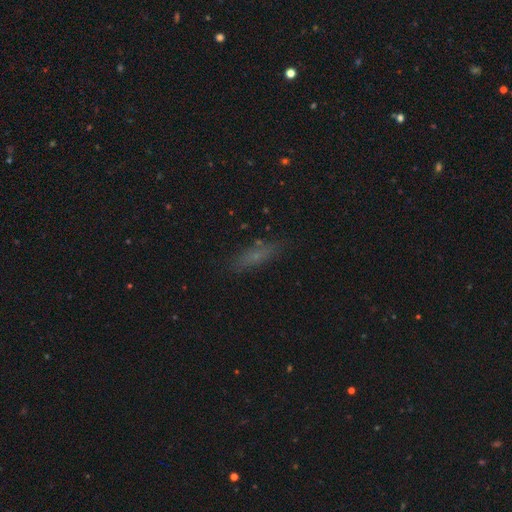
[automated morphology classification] This appears to be a smooth galaxy with no disk features (60%) that is cigar-shaped (60%). Merging: none (79%).